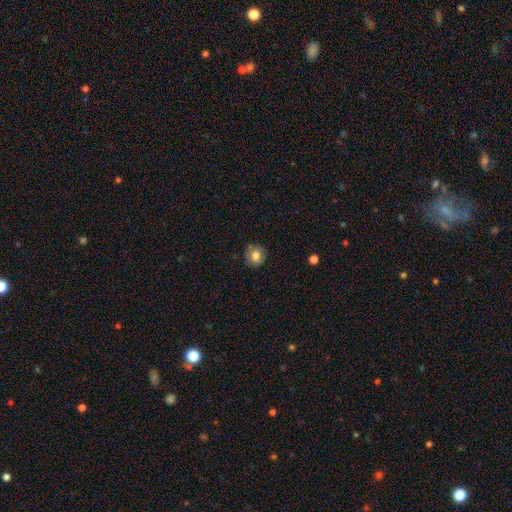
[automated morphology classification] Smooth or featured? smooth (78%)
How rounded? round (85%)
Merging? none (84%)